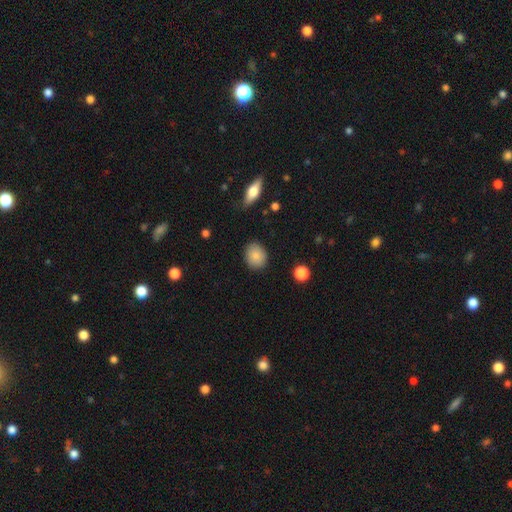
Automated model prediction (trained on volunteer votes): smooth 86%, star or artifact 8%, featured or disk 7%. Down the decision tree: how rounded — round (58%); merging — none (86%).